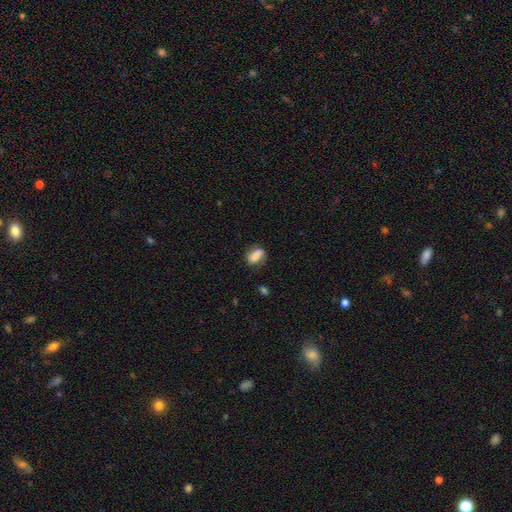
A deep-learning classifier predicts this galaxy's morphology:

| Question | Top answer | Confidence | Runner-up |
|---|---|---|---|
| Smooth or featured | smooth | 74% | featured or disk (18%) |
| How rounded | in between | 75% | round (15%) |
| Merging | none | 69% | minor disturbance (21%) |